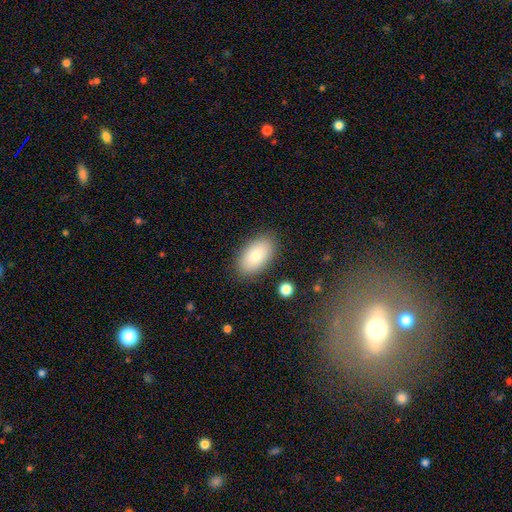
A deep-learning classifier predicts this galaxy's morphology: Smooth or featured?
  - smooth: 82% *
  - featured or disk: 11%
  - star or artifact: 7%
How rounded?
  - in between: 95% *
  - round: 4%
  - cigar-shaped: 2%
Merging?
  - none: 86% *
  - minor disturbance: 10%
  - major disturbance: 3%
  - merger: 1%